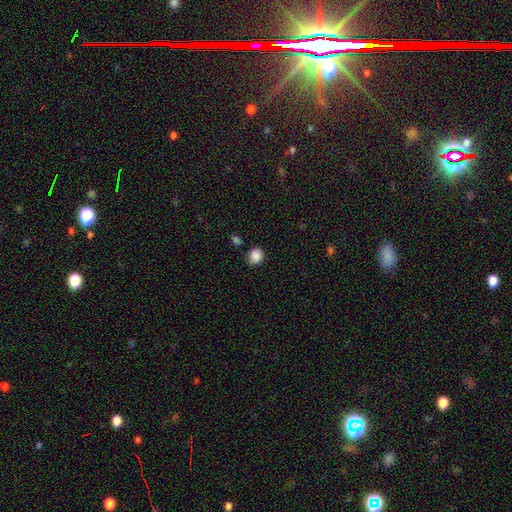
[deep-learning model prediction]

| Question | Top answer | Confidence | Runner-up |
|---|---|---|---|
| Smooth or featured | smooth | 87% | star or artifact (9%) |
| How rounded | round | 78% | in between (21%) |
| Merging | none | 76% | minor disturbance (16%) |